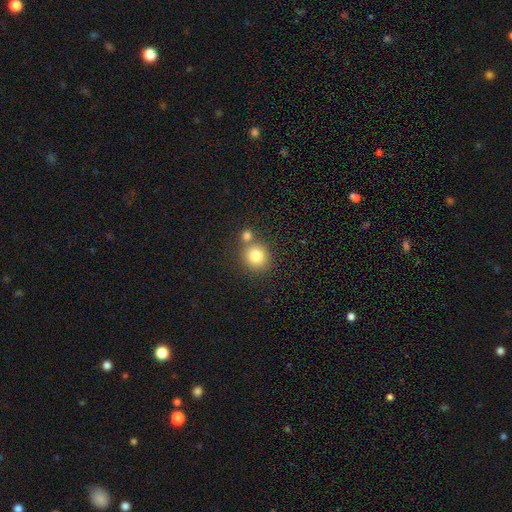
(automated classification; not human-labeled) A smooth galaxy with no disk features (80%) that is round (87%). Merging: none (62%).